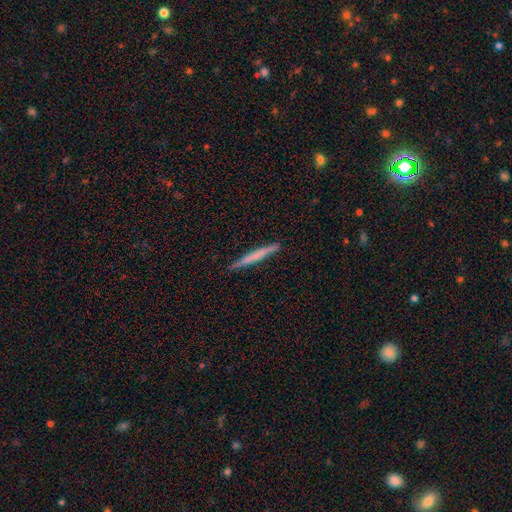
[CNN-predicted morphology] Smooth or featured? Predicted: smooth (p=0.57). How rounded? Predicted: cigar-shaped (p=0.97). Merging? Predicted: none (p=0.89).